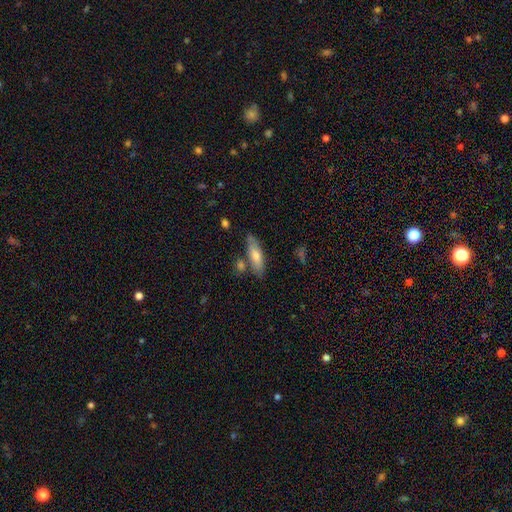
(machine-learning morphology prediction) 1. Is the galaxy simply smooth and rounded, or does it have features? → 65% smooth, 28% featured or disk, 7% star or artifact.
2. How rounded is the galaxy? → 55% cigar-shaped, 43% in between, 2% round.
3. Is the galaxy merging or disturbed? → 72% none, 15% minor disturbance, 9% merger, 3% major disturbance.